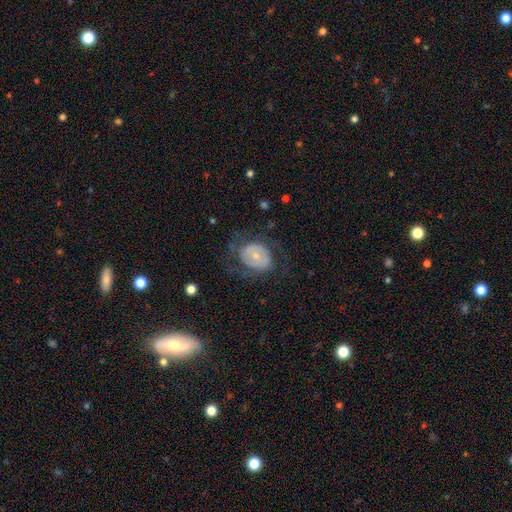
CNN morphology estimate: featured or disk 49%, smooth 44%, star or artifact 7%. Down the decision tree: merging — none (60%).